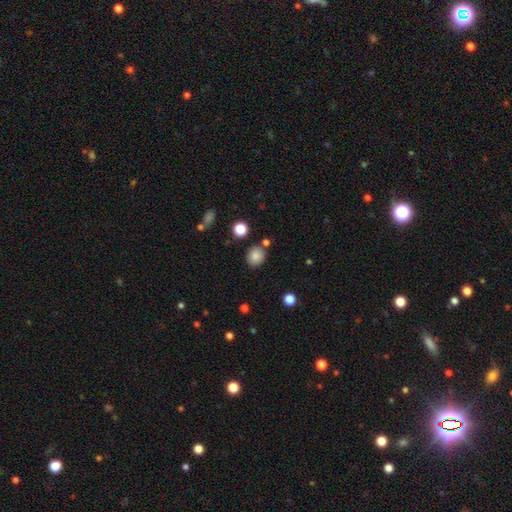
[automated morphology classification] A smooth galaxy with no disk features (84%) that is round (74%).

Vote fractions:
- Smooth or featured? smooth: 84% / star or artifact: 11% / featured or disk: 5%
- How rounded? round: 74% / in between: 25% / cigar-shaped: 1%
- Merging? none: 80% / minor disturbance: 10% / merger: 7% / major disturbance: 3%